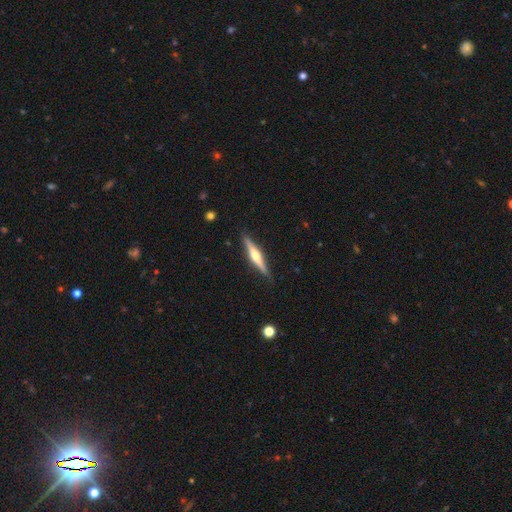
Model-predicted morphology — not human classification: The model was most divided on "smooth or featured": featured or disk: 71%, smooth: 24%, star or artifact: 5%. More confident: edge-on disk — yes (98%); edge-on bulge — rounded (91%); merging — none (89%).